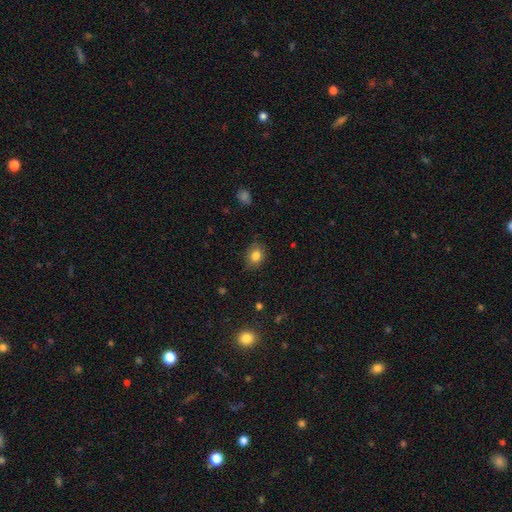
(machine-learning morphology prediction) smooth-or-featured: smooth: 82% | star or artifact: 10% | featured or disk: 8%
  how-rounded: in between: 53% | round: 46% | cigar-shaped: 1%
  merging: none: 80% | minor disturbance: 16% | major disturbance: 3% | merger: 1%